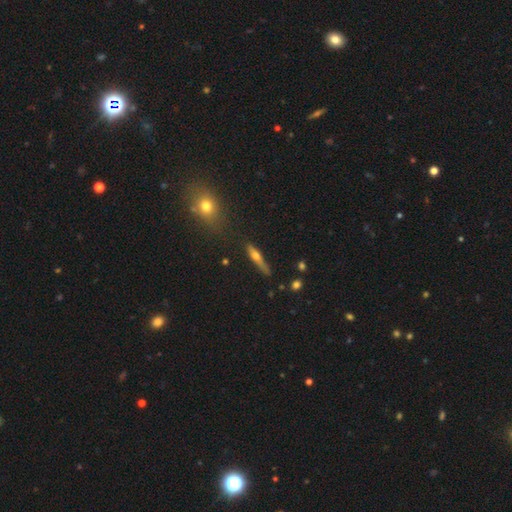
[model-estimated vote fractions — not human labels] smooth-or-featured: featured or disk: 48% | smooth: 43% | star or artifact: 9%
  merging: none: 70% | minor disturbance: 19% | major disturbance: 7% | merger: 4%